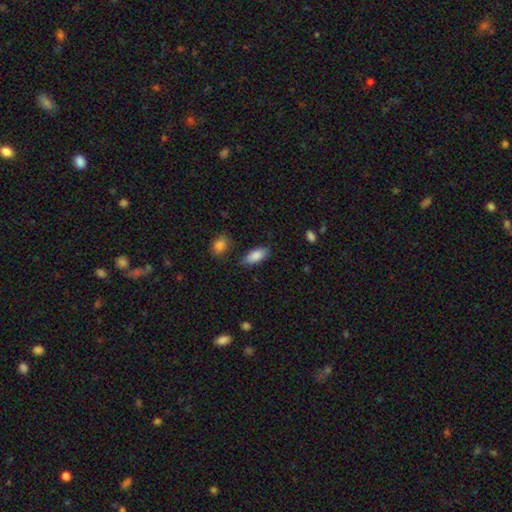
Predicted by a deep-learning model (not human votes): A smooth galaxy with no disk features (87%) that is in between round and cigar-shaped (83%).

Vote fractions:
- Smooth or featured? smooth: 87% / star or artifact: 7% / featured or disk: 6%
- How rounded? in between: 83% / cigar-shaped: 14% / round: 2%
- Merging? none: 80% / minor disturbance: 14% / major disturbance: 3% / merger: 3%